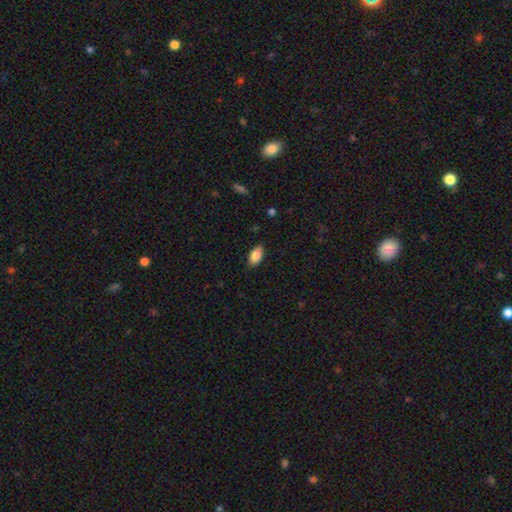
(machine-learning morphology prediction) This is clearly a smooth galaxy (85%). How rounded: clearly in between (92%). Merging: clearly none (86%).